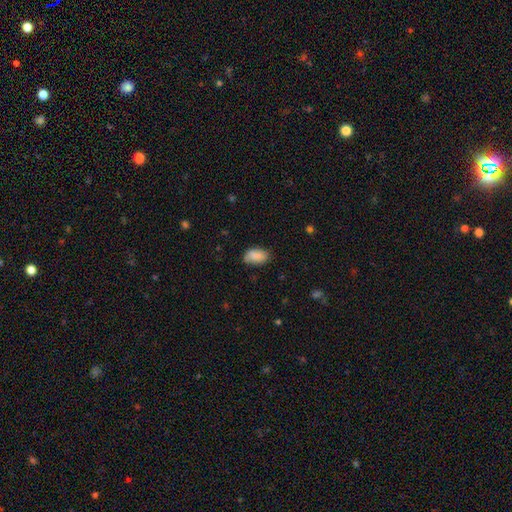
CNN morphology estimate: This is clearly a smooth galaxy (88%). How rounded: clearly in between (93%). Merging: likely none (74%).